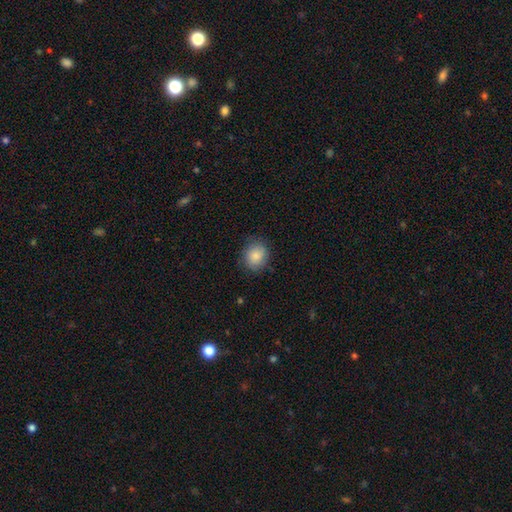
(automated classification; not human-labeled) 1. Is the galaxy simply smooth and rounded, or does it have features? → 85% smooth, 8% star or artifact, 7% featured or disk.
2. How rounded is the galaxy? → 75% round, 24% in between, 1% cigar-shaped.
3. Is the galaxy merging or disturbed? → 81% none, 14% minor disturbance, 4% major disturbance, 1% merger.